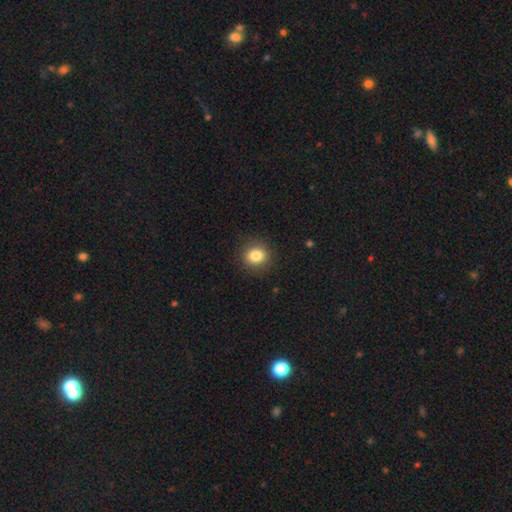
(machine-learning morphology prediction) Overall: smooth (83%). How rounded: round (77%). Merging: none (89%).